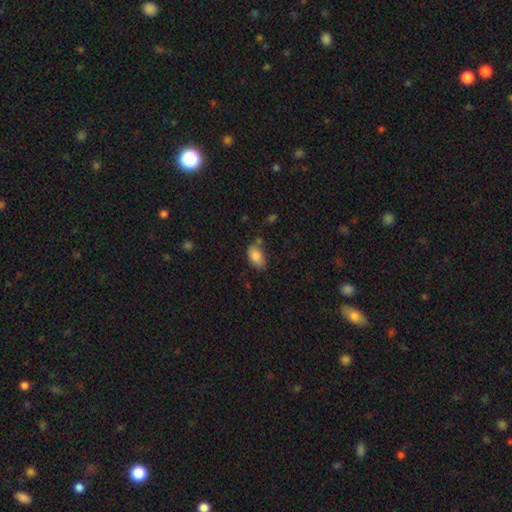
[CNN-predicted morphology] This is clearly a smooth galaxy (84%). How rounded: clearly in between (88%). Merging: likely none (61%).